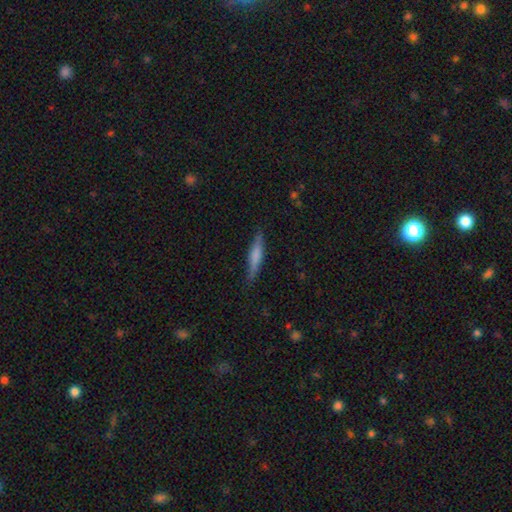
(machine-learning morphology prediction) Smooth or featured? smooth (61%)
How rounded? cigar-shaped (88%)
Merging? none (84%)